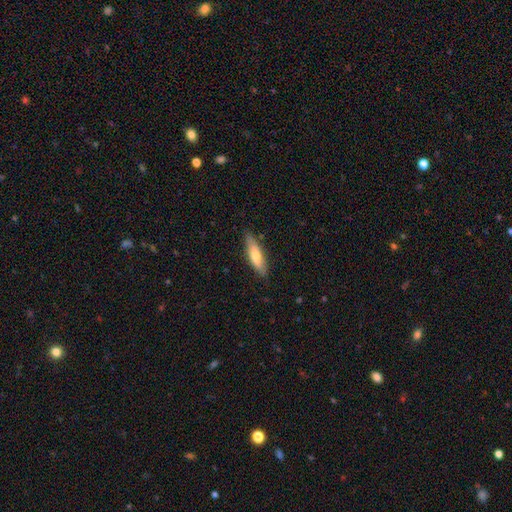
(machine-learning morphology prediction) Q: Smooth or featured?
A: smooth (62%); runner-up: featured or disk (32%)
Q: How rounded?
A: cigar-shaped (62%); runner-up: in between (37%)
Q: Merging?
A: none (81%); runner-up: minor disturbance (15%)